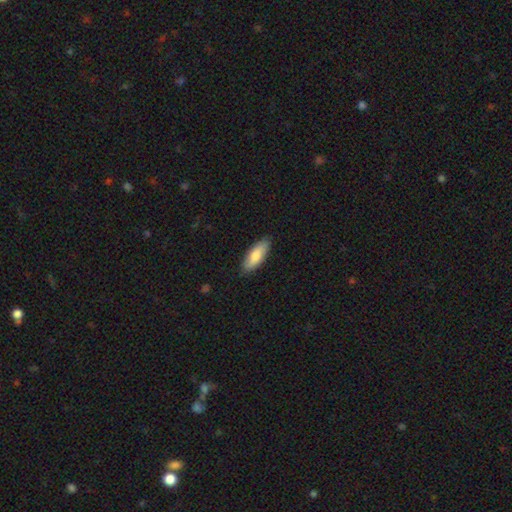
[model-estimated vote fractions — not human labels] Q: Smooth or featured?
A: smooth (78%); runner-up: featured or disk (17%)
Q: How rounded?
A: in between (69%); runner-up: cigar-shaped (29%)
Q: Merging?
A: none (87%); runner-up: minor disturbance (10%)